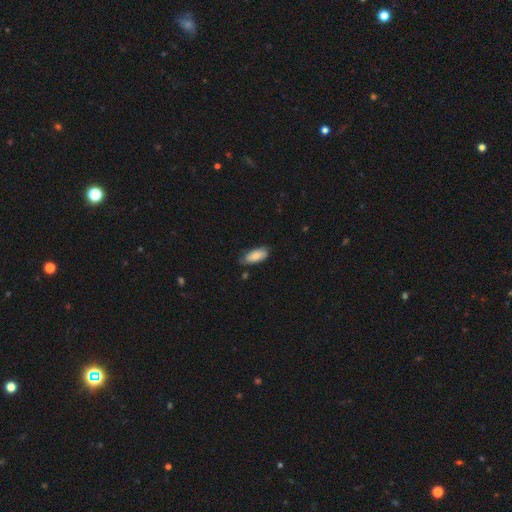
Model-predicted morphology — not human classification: A smooth galaxy with no disk features (81%) that is in between round and cigar-shaped (84%).

Vote fractions:
- Smooth or featured? smooth: 81% / featured or disk: 12% / star or artifact: 6%
- How rounded? in between: 84% / cigar-shaped: 14% / round: 2%
- Merging? none: 69% / minor disturbance: 25% / major disturbance: 4% / merger: 2%